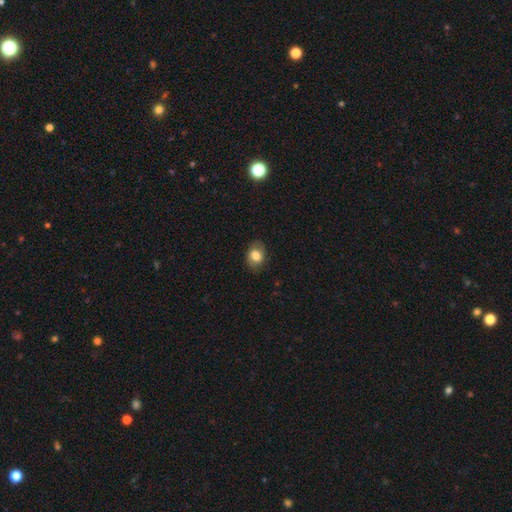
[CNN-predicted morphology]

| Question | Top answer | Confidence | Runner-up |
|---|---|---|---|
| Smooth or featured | smooth | 79% | featured or disk (12%) |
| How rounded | in between | 65% | round (34%) |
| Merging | none | 82% | minor disturbance (14%) |